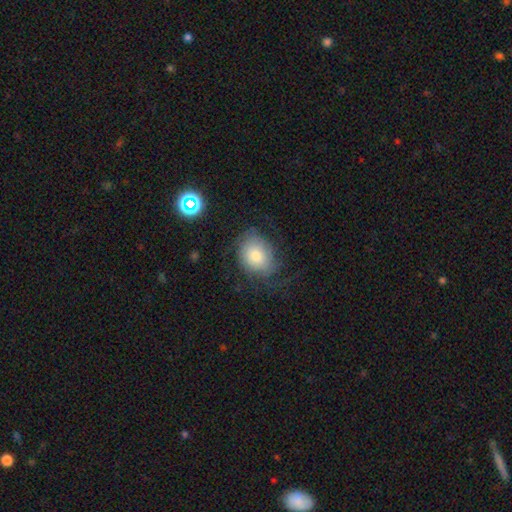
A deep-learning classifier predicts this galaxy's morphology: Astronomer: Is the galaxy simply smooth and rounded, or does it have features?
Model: smooth — 59%.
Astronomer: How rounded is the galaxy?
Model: in between — 54% (runner-up: round, 45%).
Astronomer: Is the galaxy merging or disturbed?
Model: none — 55%.